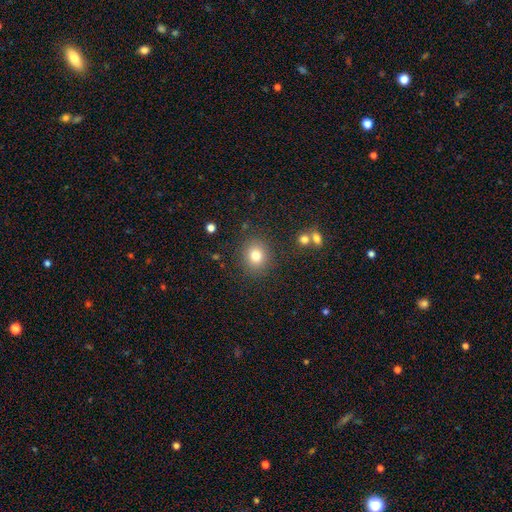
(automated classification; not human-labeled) smooth-or-featured: smooth: 79% | star or artifact: 13% | featured or disk: 9%
  how-rounded: round: 82% | in between: 17% | cigar-shaped: 1%
  merging: none: 86% | minor disturbance: 8% | major disturbance: 3% | merger: 3%